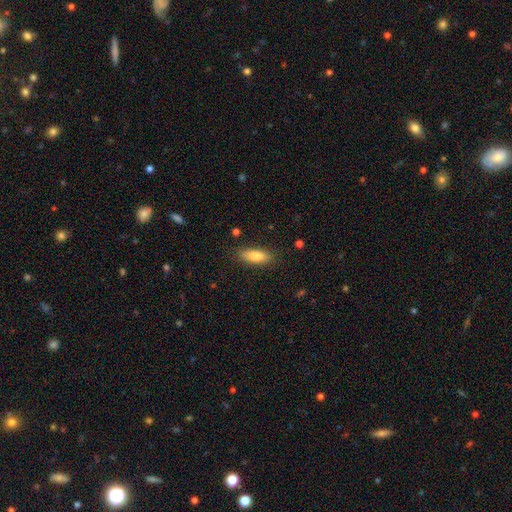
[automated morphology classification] Smooth or featured: smooth — 81% (featured or disk — 12%)
How rounded: in between — 69% (cigar-shaped — 28%)
Merging: none — 84% (minor disturbance — 11%)